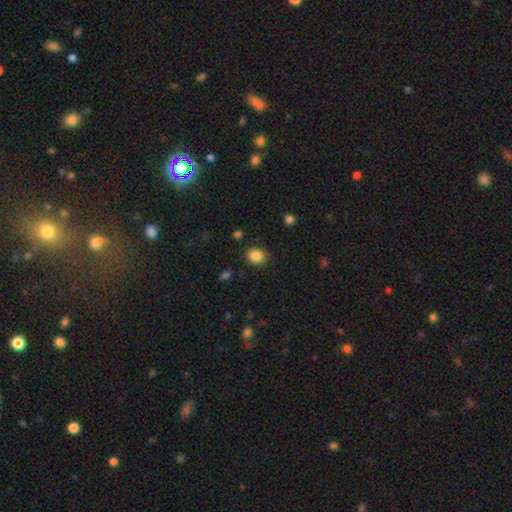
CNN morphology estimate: smooth_or_featured: smooth (p=0.86) [alt: star or artifact p=0.10]
how_rounded: round (p=0.69) [alt: in between p=0.31]
merging: none (p=0.84) [alt: minor disturbance p=0.11]